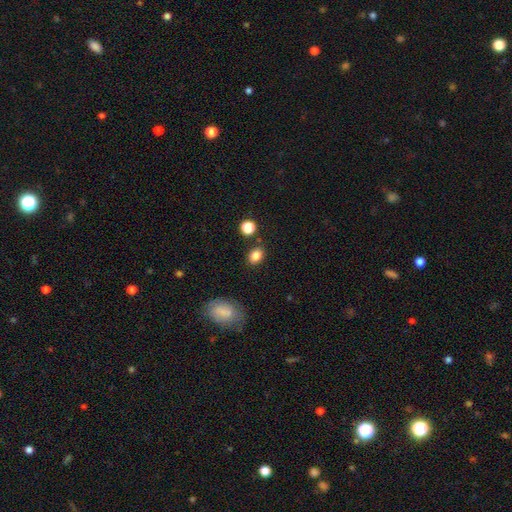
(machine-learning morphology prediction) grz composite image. It shows a smooth galaxy with no disk features (84%) that is in between round and cigar-shaped (61%). Merging: none (80%).